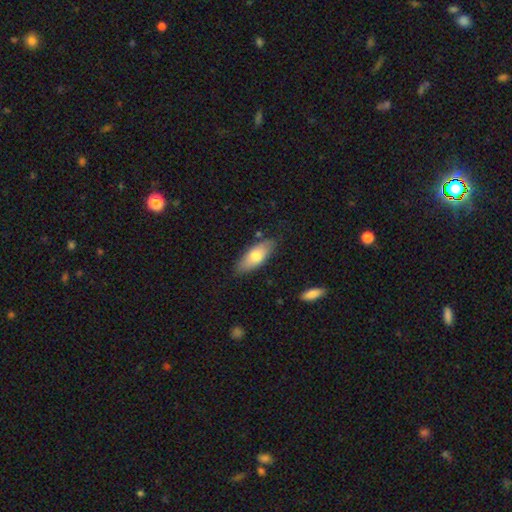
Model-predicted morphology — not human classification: Overall: smooth (71%). How rounded: in between (78%). Merging: none (80%).